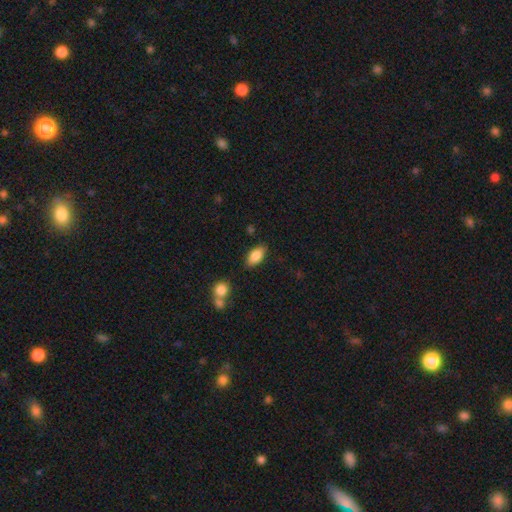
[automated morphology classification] Q: Smooth or featured?
A: smooth (84%); runner-up: featured or disk (8%)
Q: How rounded?
A: in between (89%); runner-up: cigar-shaped (8%)
Q: Merging?
A: none (81%); runner-up: minor disturbance (12%)